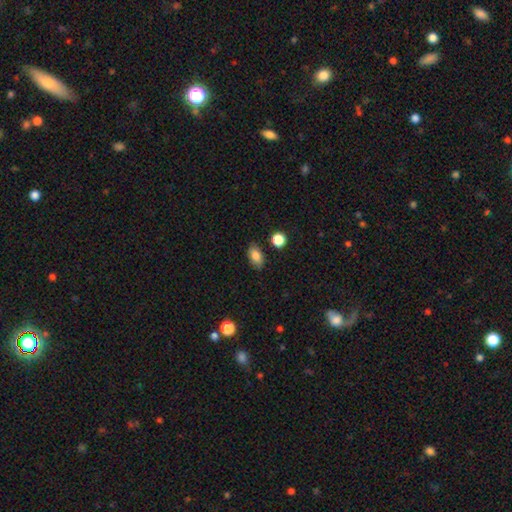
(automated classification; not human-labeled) smooth-or-featured: smooth: 83% | star or artifact: 9% | featured or disk: 8%
  how-rounded: in between: 89% | round: 8% | cigar-shaped: 3%
  merging: none: 83% | minor disturbance: 11% | merger: 3% | major disturbance: 3%